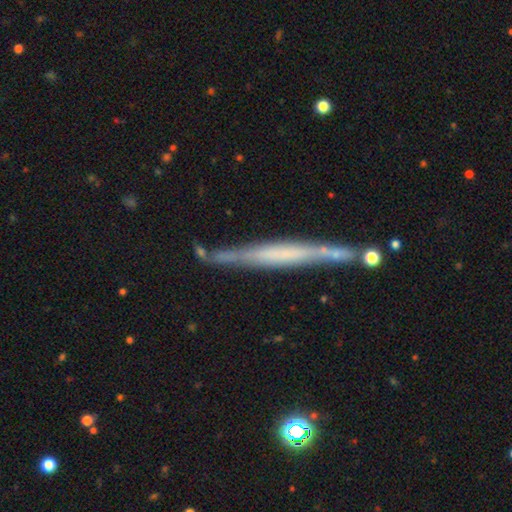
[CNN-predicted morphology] This appears to be a featured or disk galaxy (57%) viewed edge-on (94%) with no central bulge (60%). Merging: none (72%).